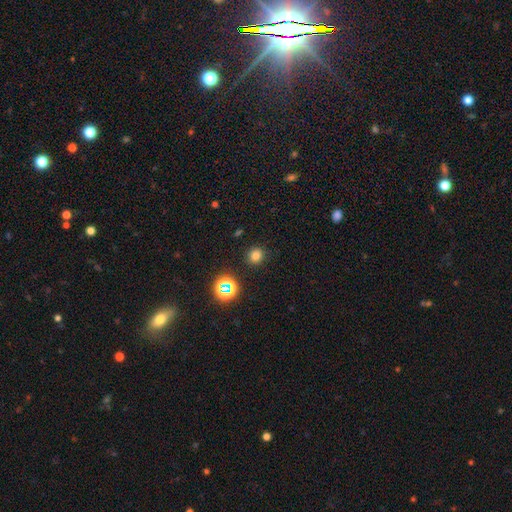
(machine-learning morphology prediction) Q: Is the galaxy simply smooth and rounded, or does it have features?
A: smooth — 74%.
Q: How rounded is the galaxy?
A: round — 85%.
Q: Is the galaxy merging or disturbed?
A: none — 89%.